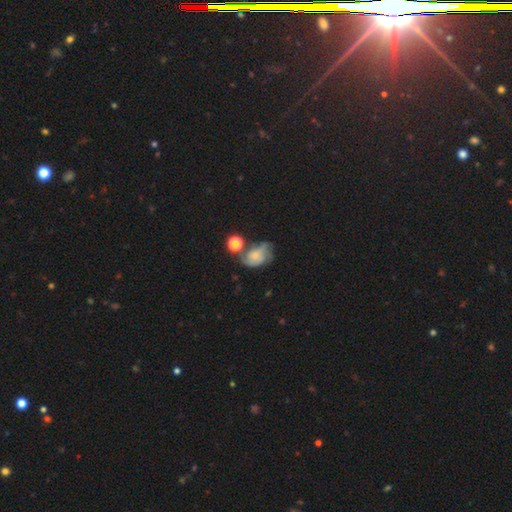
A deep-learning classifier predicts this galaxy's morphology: featured or disk 55%, smooth 35%, star or artifact 11%. Down the decision tree: edge-on disk — no (97%); bar — no (74%); spiral arms — yes (82%); bulge size — small (60%); merging — none (37%).